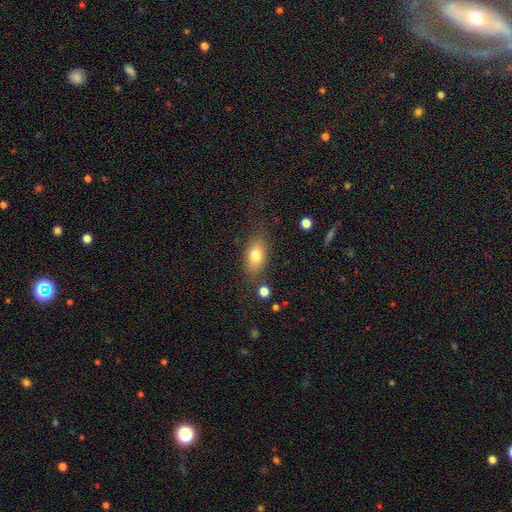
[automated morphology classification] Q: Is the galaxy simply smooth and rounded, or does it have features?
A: smooth — 76%.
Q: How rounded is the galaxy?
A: in between — 83%.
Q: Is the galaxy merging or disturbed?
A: none — 76%.